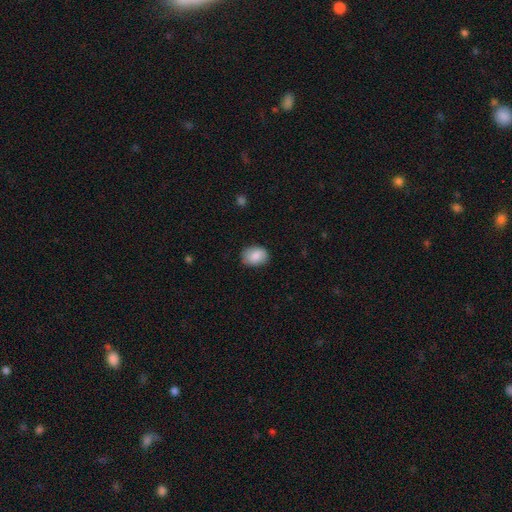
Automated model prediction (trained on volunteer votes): Overall: smooth (84%). How rounded: in between (66%; round 33%). Merging: none (83%).